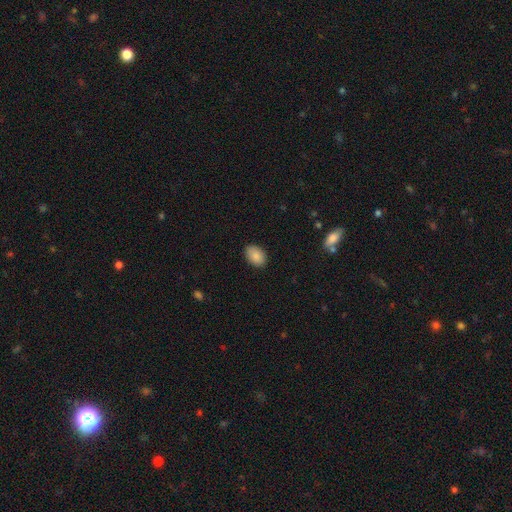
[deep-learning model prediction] Overall: smooth (88%). How rounded: in between (85%). Merging: none (86%).